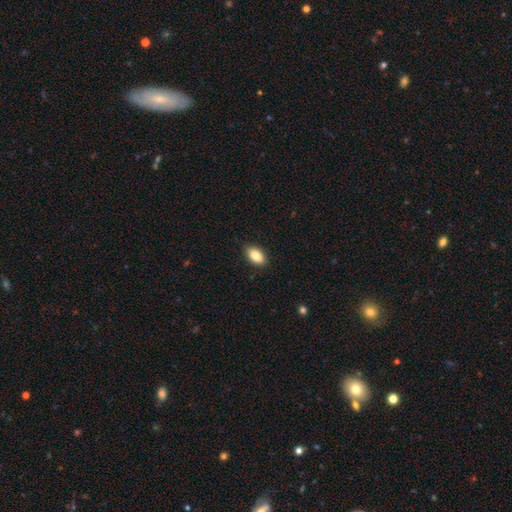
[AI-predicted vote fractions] This is clearly a smooth galaxy (86%). How rounded: clearly in between (92%). Merging: clearly none (88%).